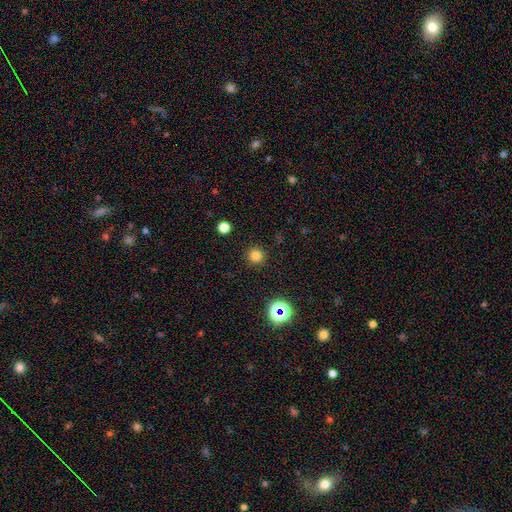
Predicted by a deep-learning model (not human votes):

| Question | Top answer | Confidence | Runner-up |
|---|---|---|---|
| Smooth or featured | smooth | 78% | star or artifact (17%) |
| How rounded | round | 95% | in between (4%) |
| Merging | none | 91% | minor disturbance (6%) |